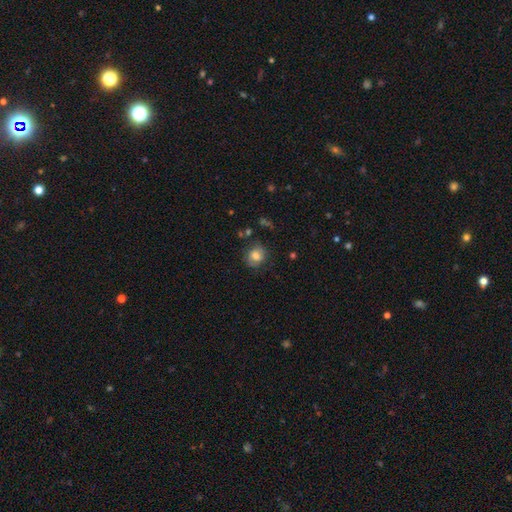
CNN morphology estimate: A smooth galaxy with no disk features (72%) that is round (72%).

Vote fractions:
- Smooth or featured? smooth: 72% / featured or disk: 18% / star or artifact: 10%
- How rounded? round: 72% / in between: 27% / cigar-shaped: 1%
- Merging? none: 72% / minor disturbance: 18% / major disturbance: 7% / merger: 3%